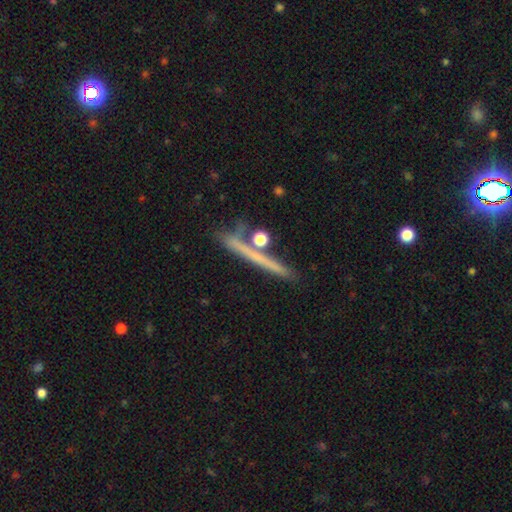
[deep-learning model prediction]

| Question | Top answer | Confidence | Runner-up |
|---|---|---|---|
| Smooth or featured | featured or disk | 49% | smooth (42%) |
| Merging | none | 78% | minor disturbance (10%) |